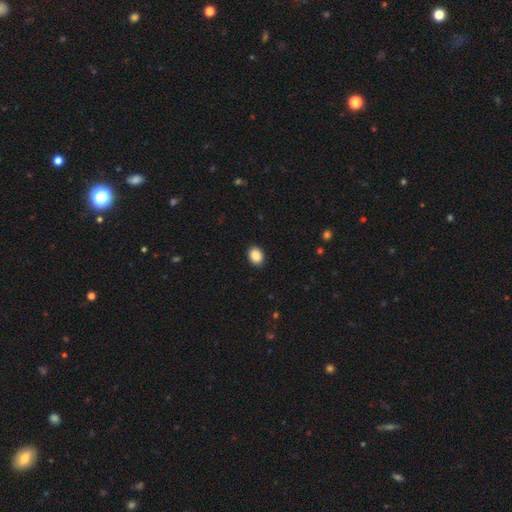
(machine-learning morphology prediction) Smooth or featured?
  - smooth: 89% *
  - star or artifact: 8%
  - featured or disk: 3%
How rounded?
  - in between: 55% *
  - round: 44%
  - cigar-shaped: 1%
Merging?
  - none: 92% *
  - minor disturbance: 6%
  - major disturbance: 2%
  - merger: 1%